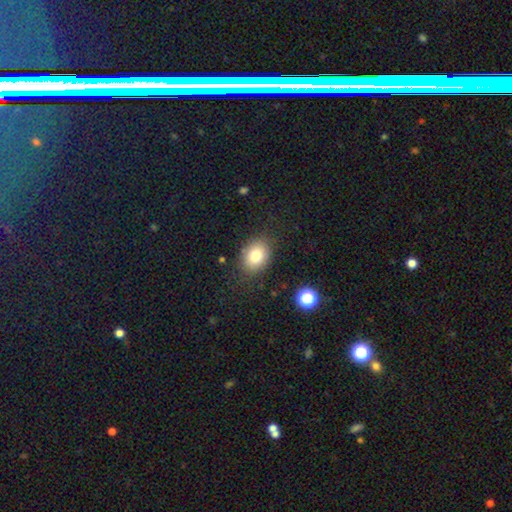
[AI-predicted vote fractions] smooth-or-featured: smooth: 80% | star or artifact: 10% | featured or disk: 10%
  how-rounded: in between: 63% | round: 36% | cigar-shaped: 1%
  merging: none: 84% | minor disturbance: 11% | major disturbance: 4% | merger: 1%